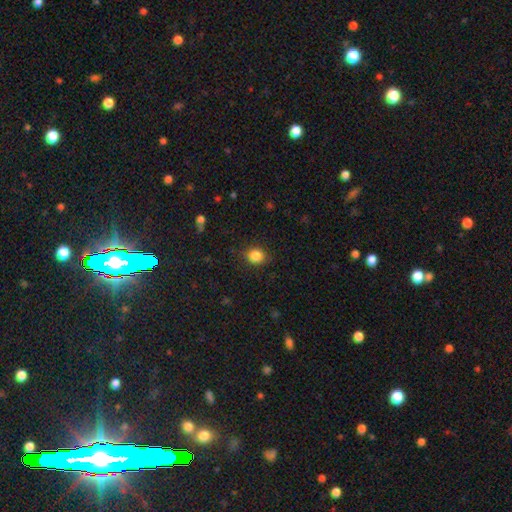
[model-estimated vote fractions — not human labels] smooth_or_featured: smooth (p=0.85) [alt: star or artifact p=0.10]
how_rounded: round (p=0.70) [alt: in between p=0.29]
merging: none (p=0.86) [alt: minor disturbance p=0.10]